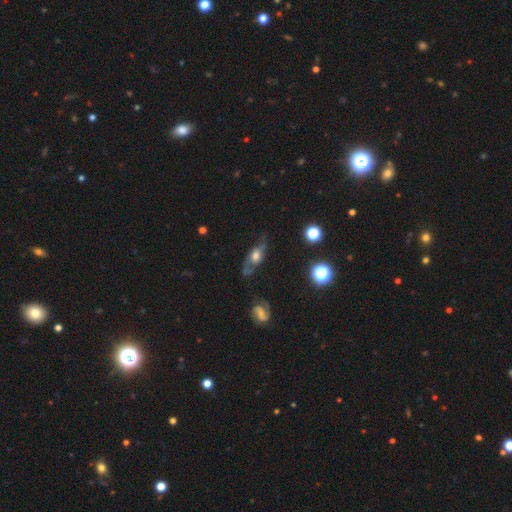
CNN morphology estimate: Q: Smooth or featured?
A: featured or disk (64%); runner-up: smooth (26%)
Q: Edge-on disk?
A: no (73%); runner-up: yes (27%)
Q: Merging?
A: none (58%); runner-up: minor disturbance (22%)